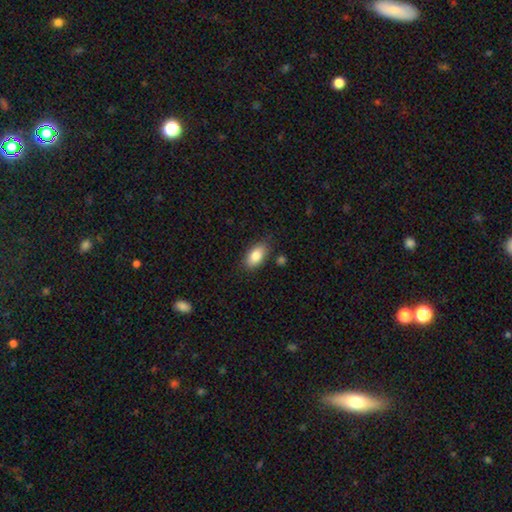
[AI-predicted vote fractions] smooth_or_featured: smooth (p=0.84) [alt: featured or disk p=0.09]
how_rounded: in between (p=0.92) [alt: round p=0.05]
merging: none (p=0.80) [alt: minor disturbance p=0.14]